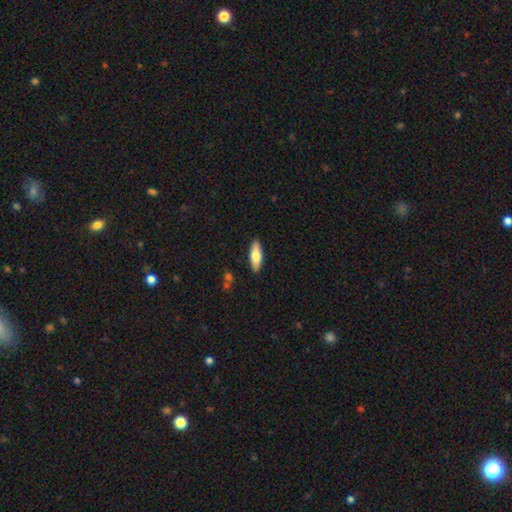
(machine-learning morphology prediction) Q: Smooth or featured?
A: smooth (73%); runner-up: featured or disk (22%)
Q: How rounded?
A: in between (64%); runner-up: cigar-shaped (34%)
Q: Merging?
A: none (89%); runner-up: minor disturbance (8%)